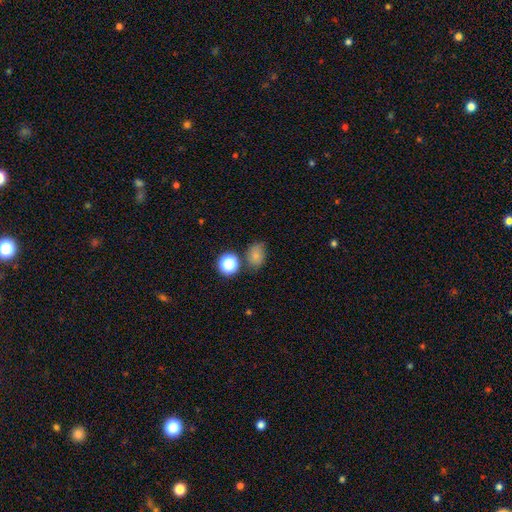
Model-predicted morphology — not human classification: smooth-or-featured: smooth: 75% | star or artifact: 16% | featured or disk: 9%
  how-rounded: in between: 64% | round: 35% | cigar-shaped: 1%
  merging: none: 67% | minor disturbance: 19% | merger: 8% | major disturbance: 6%